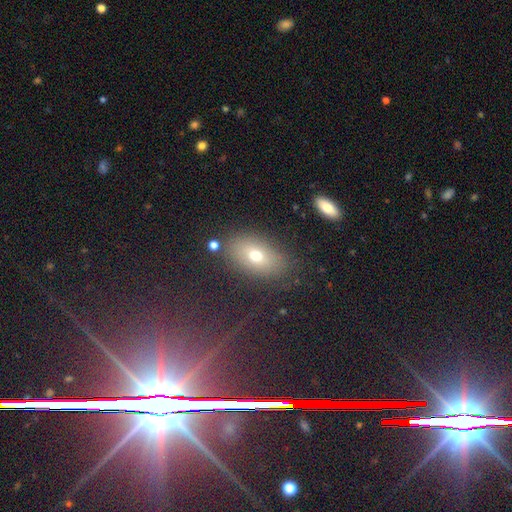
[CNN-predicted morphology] smooth 67%, featured or disk 19%, star or artifact 14%. Down the decision tree: how rounded — in between (82%); merging — none (78%).